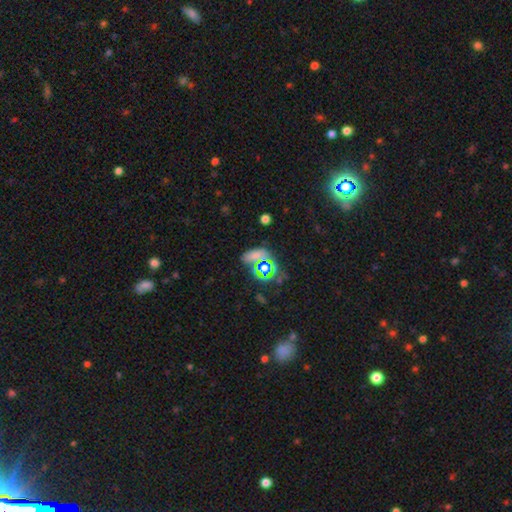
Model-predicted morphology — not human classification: The model was most divided on "smooth or featured": smooth: 52%, star or artifact: 37%, featured or disk: 11%. More confident: how rounded — in between (73%); merging — none (65%).